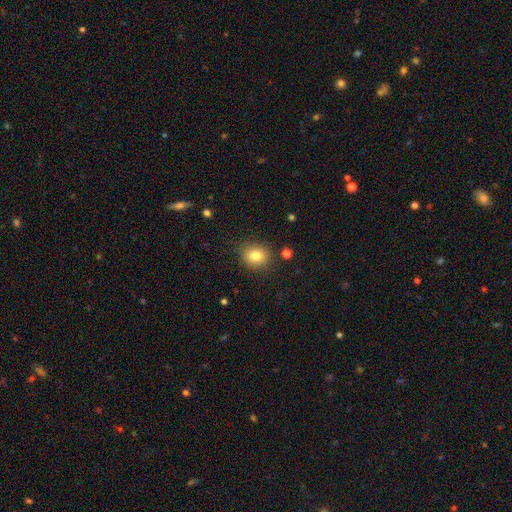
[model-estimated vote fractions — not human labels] A smooth galaxy with no disk features (81%) that is round (71%). Merging: none (86%).